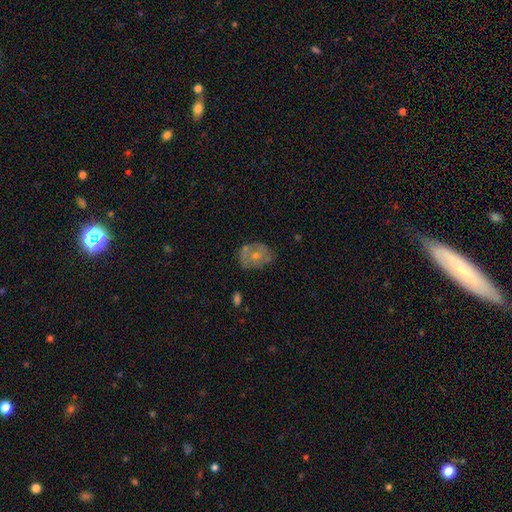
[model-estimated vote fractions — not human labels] This appears to be a featured or disk galaxy (52%). Merging: none (64%).